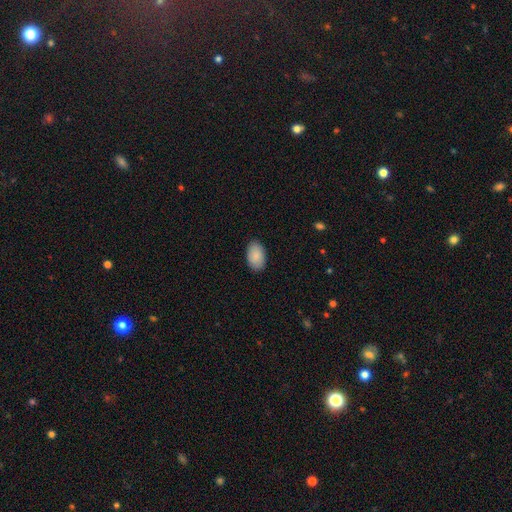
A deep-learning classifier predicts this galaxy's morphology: type=smooth (89%); roundness=in between (93%); merging=none (88%).